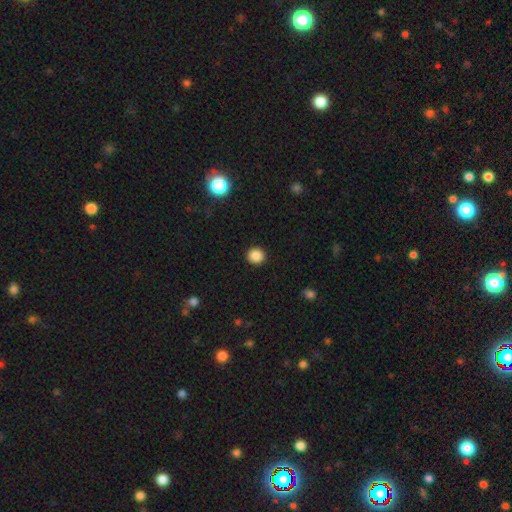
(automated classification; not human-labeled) smooth 87%, star or artifact 10%, featured or disk 3%. Down the decision tree: how rounded — round (93%); merging — none (93%).